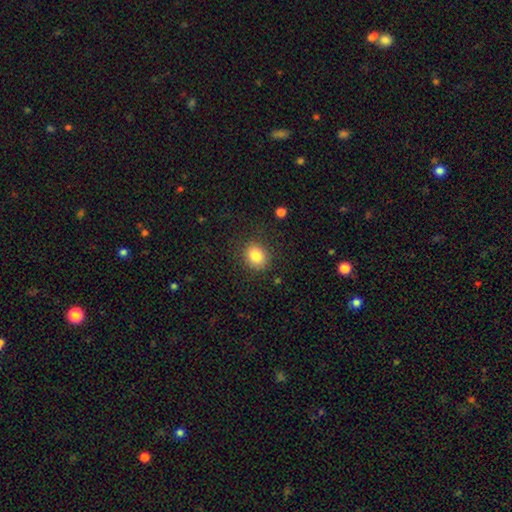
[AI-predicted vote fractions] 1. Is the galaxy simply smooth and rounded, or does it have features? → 84% smooth, 10% star or artifact, 7% featured or disk.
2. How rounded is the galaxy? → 67% round, 32% in between, 1% cigar-shaped.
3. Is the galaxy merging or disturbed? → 86% none, 10% minor disturbance, 4% major disturbance, 1% merger.